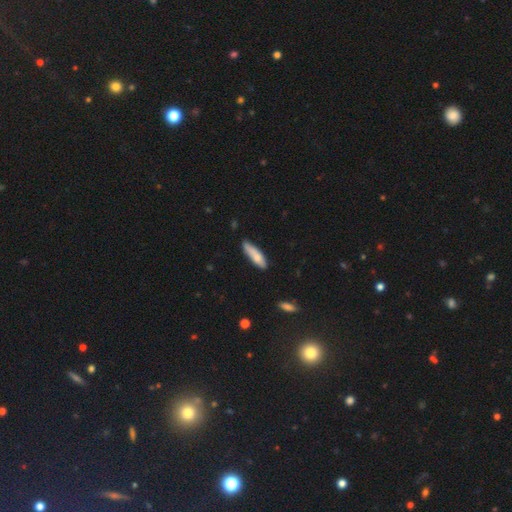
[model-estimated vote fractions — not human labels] smooth-or-featured: smooth: 79% | featured or disk: 15% | star or artifact: 6%
  how-rounded: cigar-shaped: 68% | in between: 31% | round: 2%
  merging: none: 73% | minor disturbance: 22% | major disturbance: 3% | merger: 2%